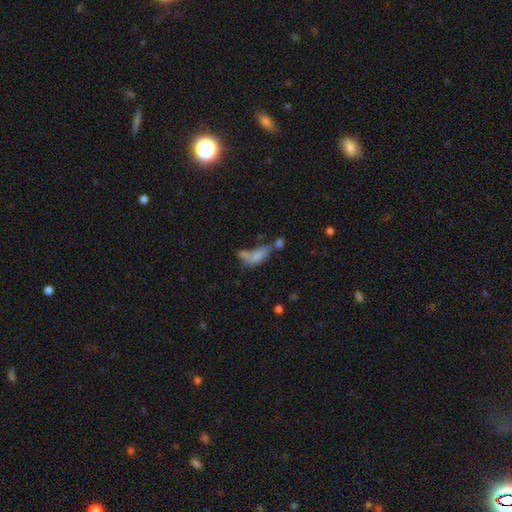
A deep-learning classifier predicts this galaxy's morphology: smooth-or-featured: smooth: 63% | featured or disk: 24% | star or artifact: 13%
  how-rounded: in between: 77% | cigar-shaped: 18% | round: 5%
  merging: merger: 46% | none: 21% | major disturbance: 19% | minor disturbance: 14%